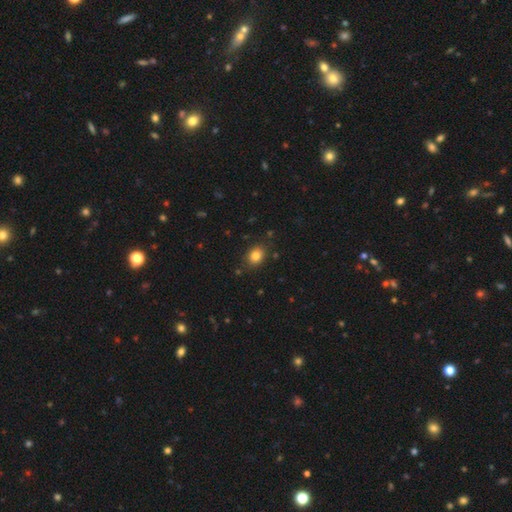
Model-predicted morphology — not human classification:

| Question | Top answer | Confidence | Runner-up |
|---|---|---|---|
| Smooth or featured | smooth | 82% | star or artifact (11%) |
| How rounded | in between | 55% | round (44%) |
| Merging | none | 84% | minor disturbance (11%) |